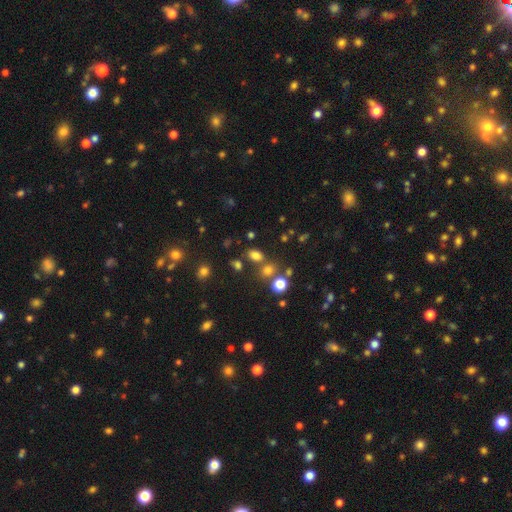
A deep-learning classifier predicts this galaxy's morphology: Smooth or featured: smooth — 74% (star or artifact — 19%)
How rounded: in between — 73% (round — 25%)
Merging: none — 67% (merger — 16%)